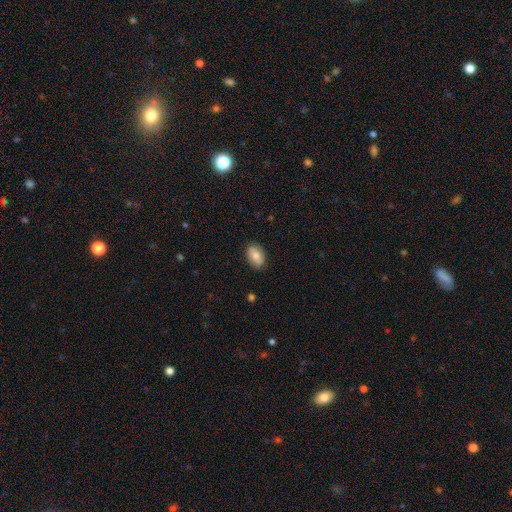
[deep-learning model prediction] smooth 79%, featured or disk 14%, star or artifact 7%. Down the decision tree: how rounded — in between (90%); merging — none (86%).